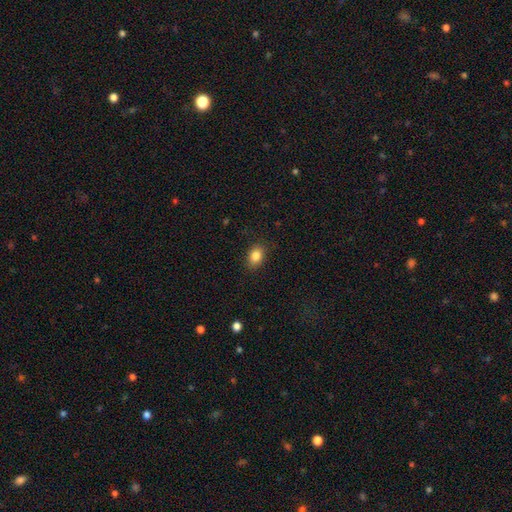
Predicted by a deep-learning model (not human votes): Morphology: type=smooth (85%); roundness=in between (75%); merging=none (86%).